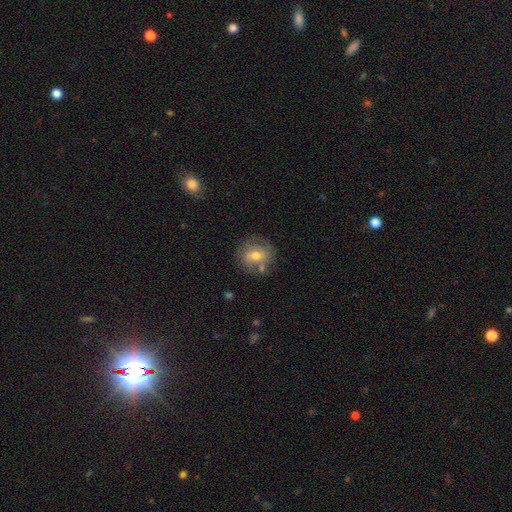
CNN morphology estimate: smooth 49%, featured or disk 41%, star or artifact 10%. Down the decision tree: merging — none (69%).